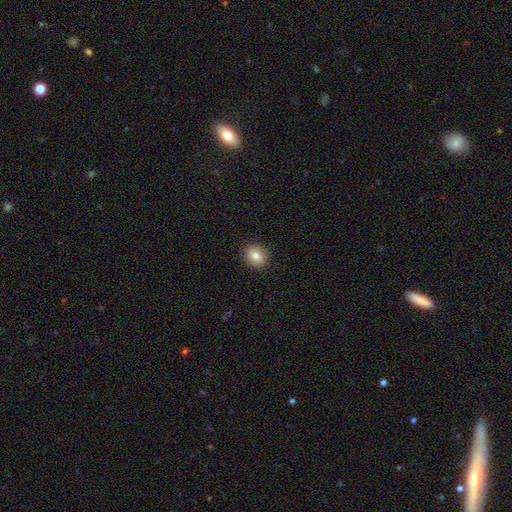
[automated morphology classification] smooth 82%, star or artifact 10%, featured or disk 8%. Down the decision tree: how rounded — round (81%); merging — none (92%).